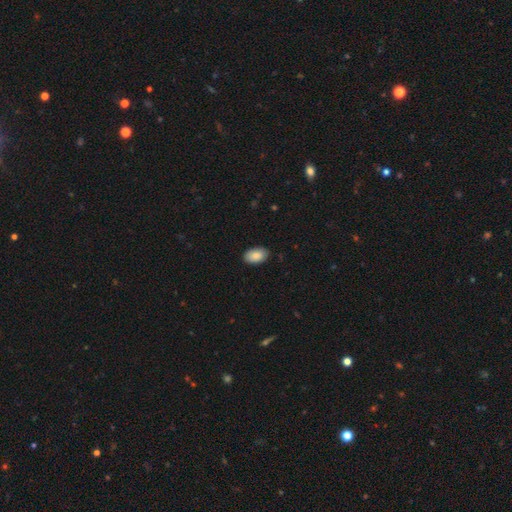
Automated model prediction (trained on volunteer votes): A smooth galaxy with no disk features (87%) that is in between round and cigar-shaped (93%).

Vote fractions:
- Smooth or featured? smooth: 87% / star or artifact: 7% / featured or disk: 6%
- How rounded? in between: 93% / round: 6% / cigar-shaped: 1%
- Merging? none: 88% / minor disturbance: 9% / major disturbance: 2% / merger: 1%